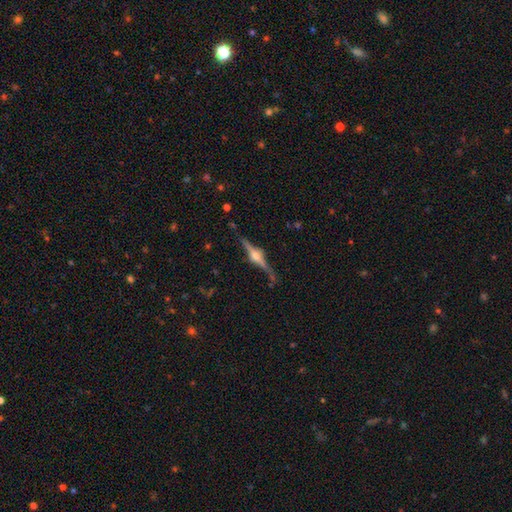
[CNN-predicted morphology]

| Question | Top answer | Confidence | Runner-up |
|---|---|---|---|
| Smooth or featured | featured or disk | 85% | smooth (9%) |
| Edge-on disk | yes | 98% | no (2%) |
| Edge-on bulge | rounded | 94% | boxy (5%) |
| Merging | none | 84% | minor disturbance (11%) |